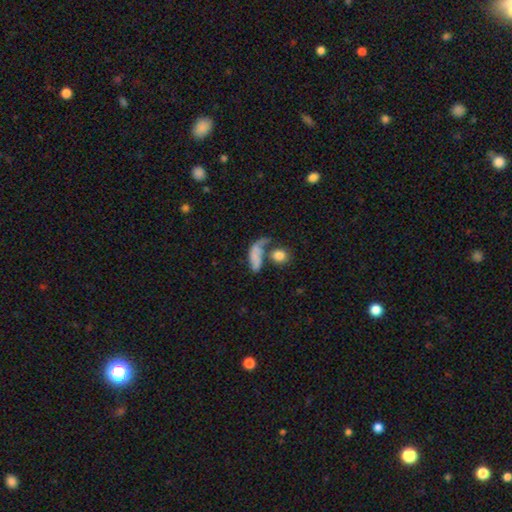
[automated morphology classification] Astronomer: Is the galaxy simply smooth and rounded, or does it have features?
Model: smooth — 56% (runner-up: featured or disk, 33%).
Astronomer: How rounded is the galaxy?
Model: in between — 69%.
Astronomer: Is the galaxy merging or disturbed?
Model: merger — 37% (runner-up: major disturbance, 26%).